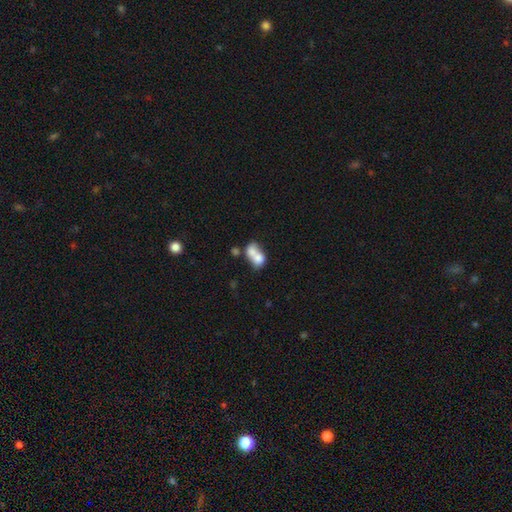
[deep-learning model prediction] Q: Smooth or featured?
A: smooth (69%); runner-up: featured or disk (22%)
Q: How rounded?
A: in between (69%); runner-up: round (28%)
Q: Merging?
A: merger (70%); runner-up: none (17%)